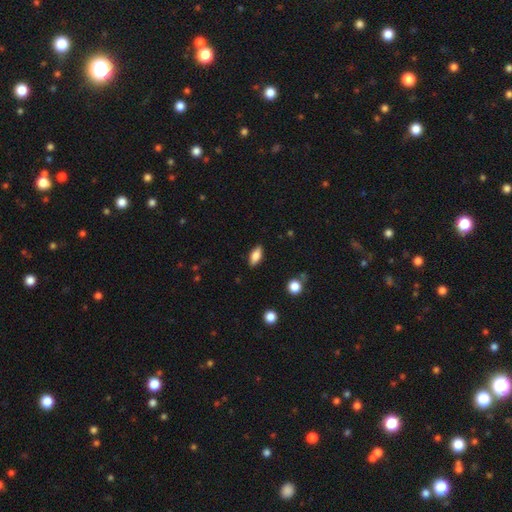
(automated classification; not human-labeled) Smooth or featured? smooth (80%)
How rounded? in between (84%)
Merging? none (87%)